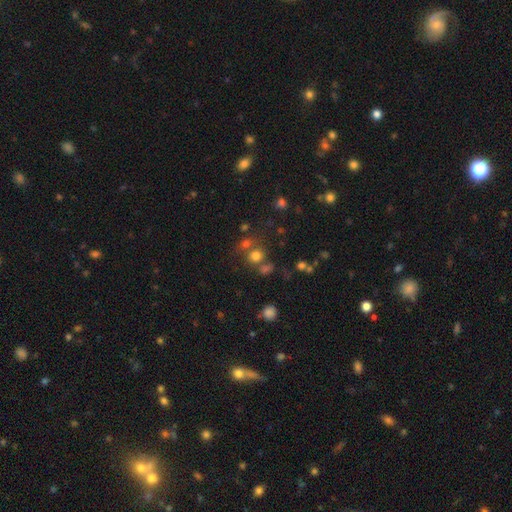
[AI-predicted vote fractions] Smooth or featured? smooth (71%)
How rounded? round (80%)
Merging? none (57%)